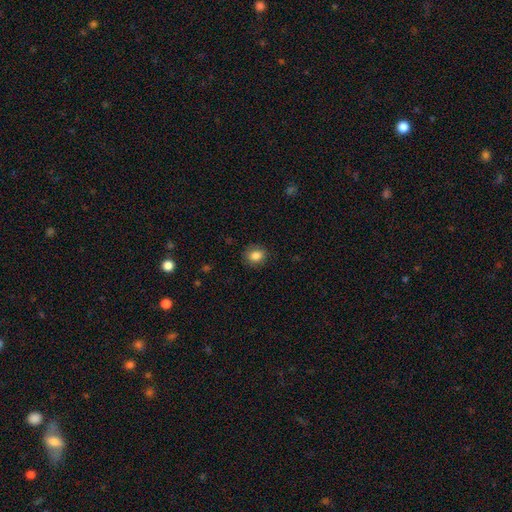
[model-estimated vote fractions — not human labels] smooth_or_featured: smooth (p=0.85) [alt: star or artifact p=0.10]
how_rounded: round (p=0.64) [alt: in between p=0.35]
merging: none (p=0.85) [alt: minor disturbance p=0.11]